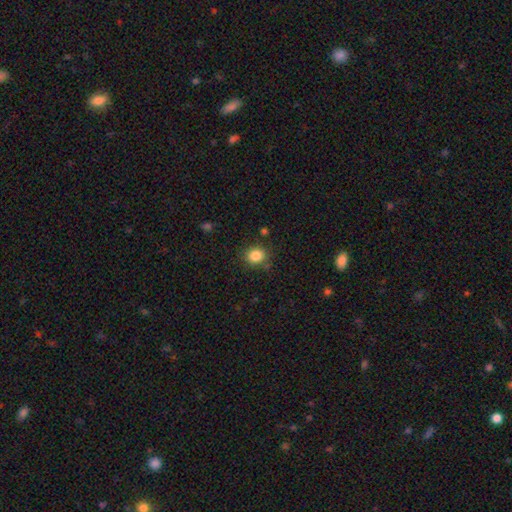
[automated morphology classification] Q: Smooth or featured?
A: smooth (84%); runner-up: star or artifact (11%)
Q: How rounded?
A: round (77%); runner-up: in between (22%)
Q: Merging?
A: none (83%); runner-up: minor disturbance (10%)